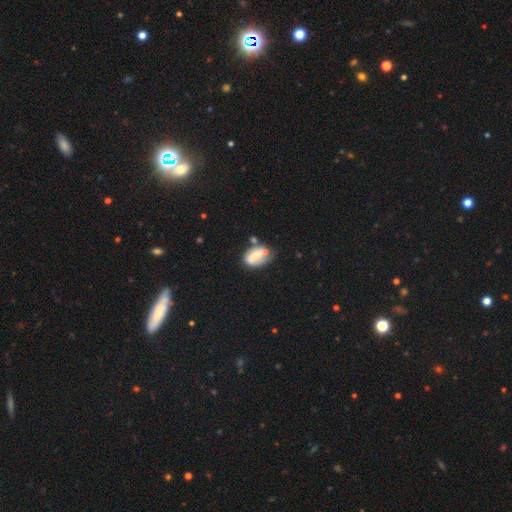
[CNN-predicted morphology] Q: Smooth or featured?
A: smooth (54%); runner-up: featured or disk (39%)
Q: How rounded?
A: in between (88%); runner-up: round (10%)
Q: Merging?
A: none (43%); runner-up: minor disturbance (29%)